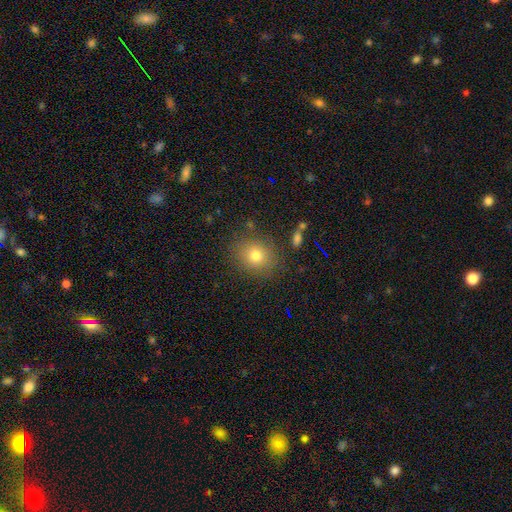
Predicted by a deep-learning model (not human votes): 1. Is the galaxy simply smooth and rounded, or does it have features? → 76% smooth, 14% star or artifact, 10% featured or disk.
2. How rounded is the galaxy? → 73% round, 26% in between, 1% cigar-shaped.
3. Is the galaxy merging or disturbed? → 84% none, 10% minor disturbance, 4% major disturbance, 2% merger.